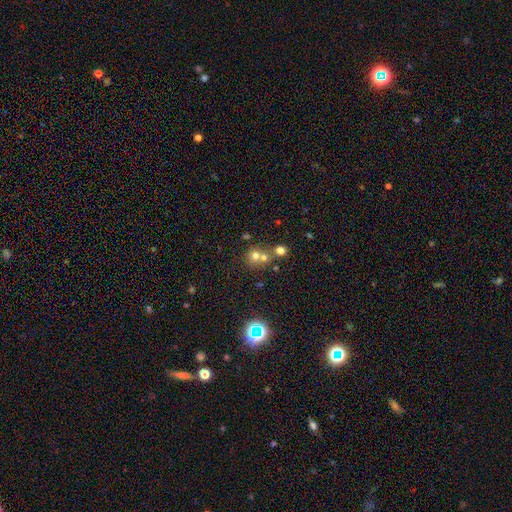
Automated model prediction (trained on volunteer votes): This appears to be a smooth galaxy with no disk features (63%) that is round (85%). Merging: none (45%, tied with merger).